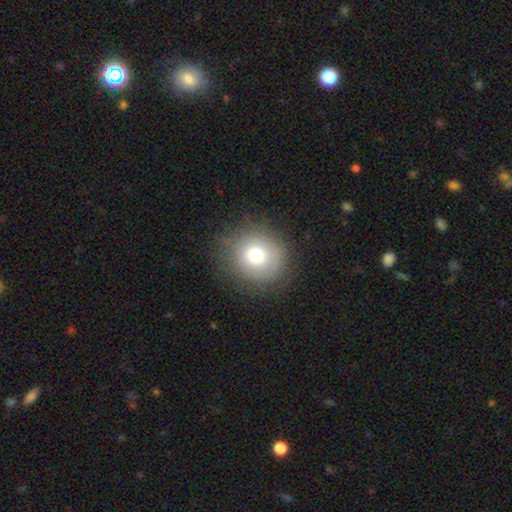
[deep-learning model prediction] A smooth galaxy with no disk features (74%) that is round (90%). Merging: none (80%).